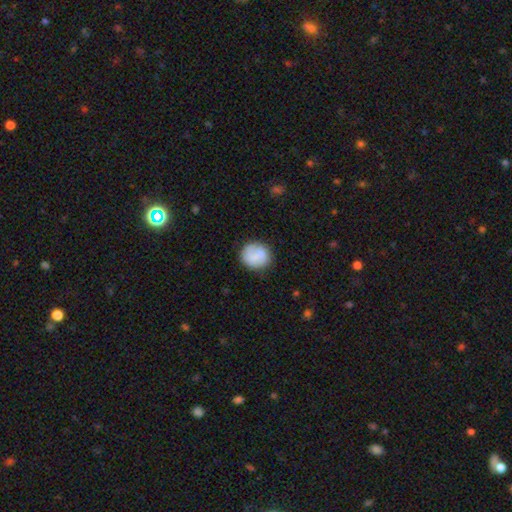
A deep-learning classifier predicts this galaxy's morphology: Smooth or featured? Predicted: smooth (p=0.72). How rounded? Predicted: round (p=0.82). Merging? Predicted: none (p=0.69).